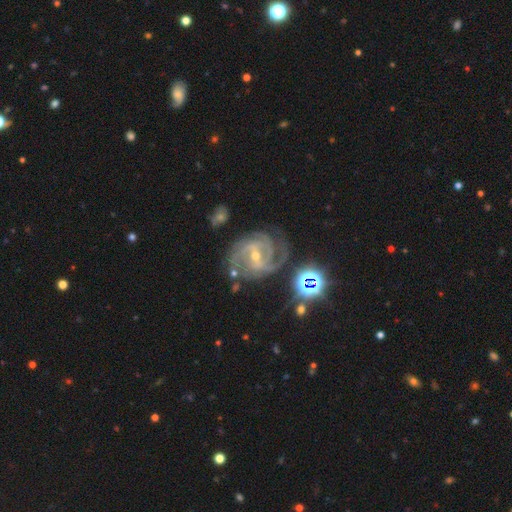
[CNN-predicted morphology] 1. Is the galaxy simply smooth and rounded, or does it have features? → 89% featured or disk, 8% star or artifact, 4% smooth.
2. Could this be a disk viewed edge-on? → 97% no, 3% yes.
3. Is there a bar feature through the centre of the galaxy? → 45% weak, 37% strong, 18% no.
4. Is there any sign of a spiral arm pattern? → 98% yes, 2% no.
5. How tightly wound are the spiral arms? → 51% tight, 41% medium, 8% loose.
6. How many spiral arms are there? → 31% 2, 30% 3, 15% can't tell, 13% 4, 5% more than 4, 5% 1.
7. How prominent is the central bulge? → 60% small, 37% moderate, 1% none, 1% large, 1% dominant.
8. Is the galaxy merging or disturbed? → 68% none, 19% minor disturbance, 9% major disturbance, 3% merger.